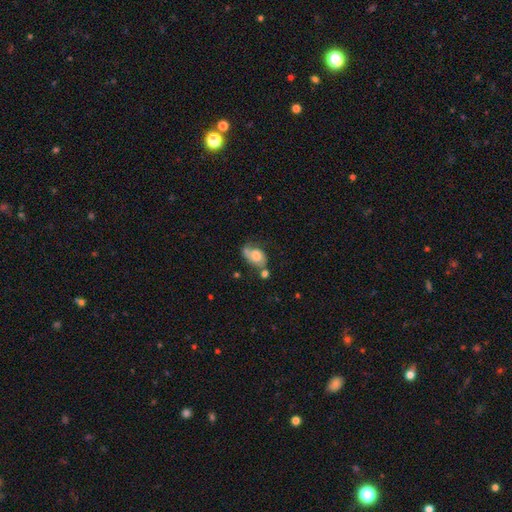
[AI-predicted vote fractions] Overall: smooth (47%; featured or disk 43%). Merging: none (34%; minor disturbance 26%).